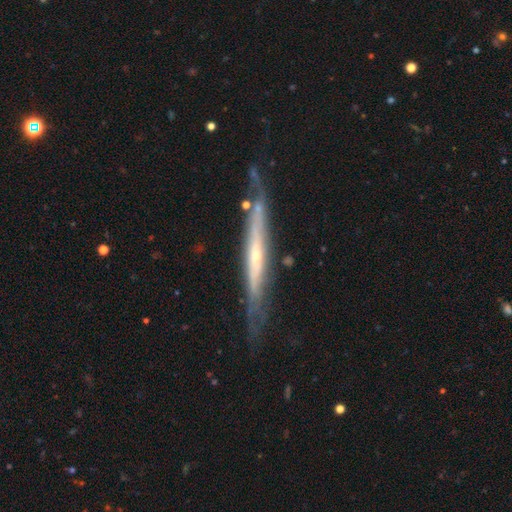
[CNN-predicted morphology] Smooth or featured? Predicted: featured or disk (p=0.77). Edge-on disk? Predicted: yes (p=0.87). Edge-on bulge? Predicted: rounded (p=0.49). Merging? Predicted: none (p=0.71).